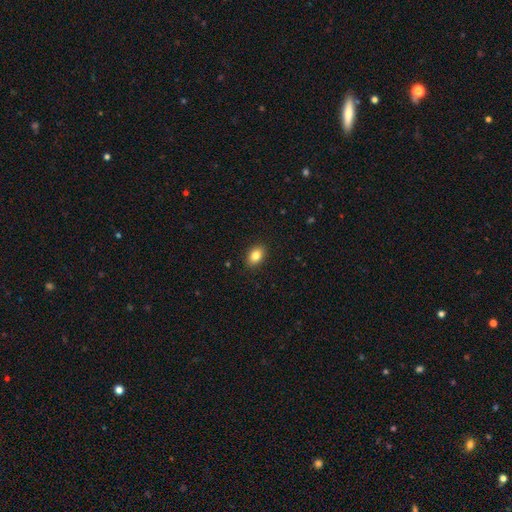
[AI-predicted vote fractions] Overall: smooth (83%). How rounded: in between (80%). Merging: none (90%).